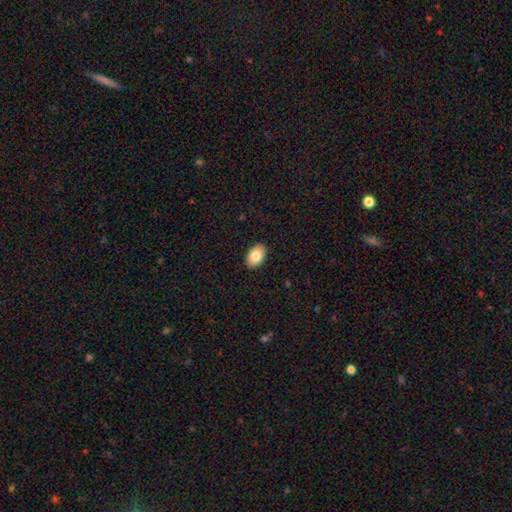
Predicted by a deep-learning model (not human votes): smooth-or-featured: smooth: 85% | featured or disk: 8% | star or artifact: 7%
  how-rounded: in between: 87% | round: 12% | cigar-shaped: 1%
  merging: none: 90% | minor disturbance: 7% | major disturbance: 2% | merger: 1%